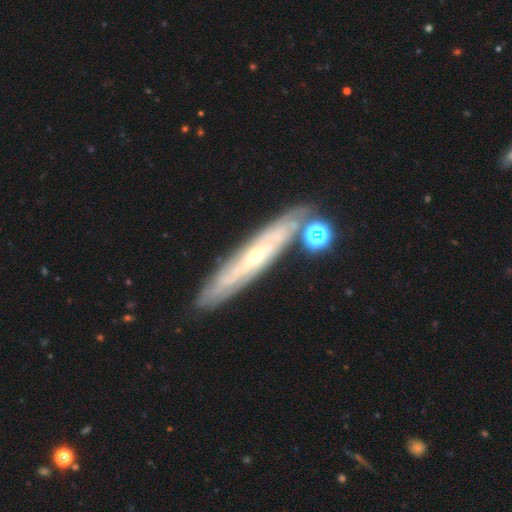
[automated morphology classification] Smooth or featured? featured or disk (79%)
Edge-on disk? no (52%)
Merging? none (78%)